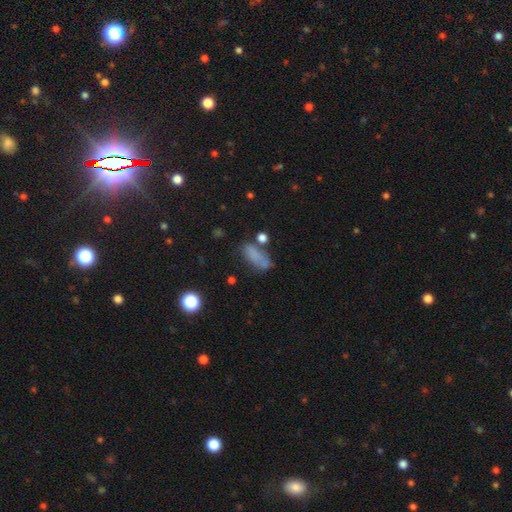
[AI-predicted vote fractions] A smooth galaxy with no disk features (72%) that is in between round and cigar-shaped (71%). Merging: none (49%).